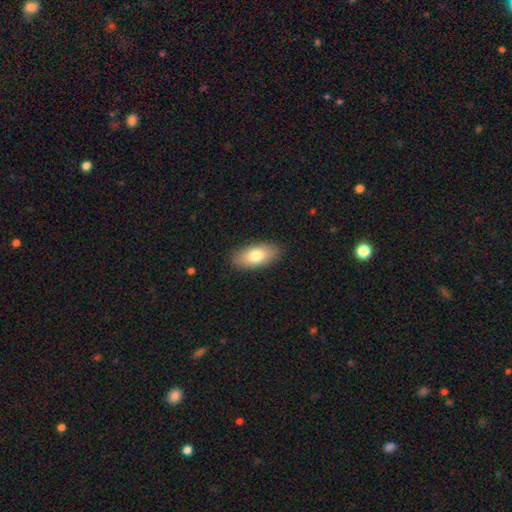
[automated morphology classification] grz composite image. It shows a smooth galaxy with no disk features (78%) that is in between round and cigar-shaped (90%). Merging: none (88%).